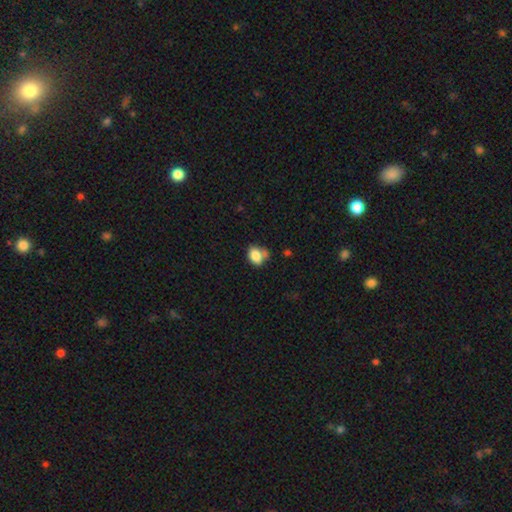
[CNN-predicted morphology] Smooth or featured?
  - smooth: 83% *
  - star or artifact: 9%
  - featured or disk: 8%
How rounded?
  - in between: 71% *
  - round: 27%
  - cigar-shaped: 1%
Merging?
  - none: 49% *
  - merger: 22%
  - minor disturbance: 22%
  - major disturbance: 7%